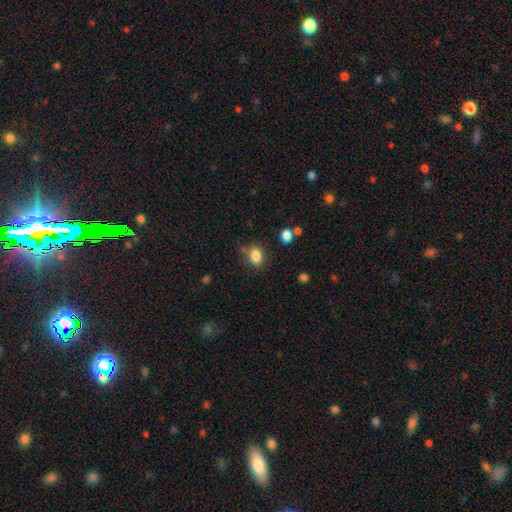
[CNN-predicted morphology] Smooth or featured: smooth — 84% (star or artifact — 10%)
How rounded: in between — 59% (round — 40%)
Merging: none — 72% (minor disturbance — 17%)